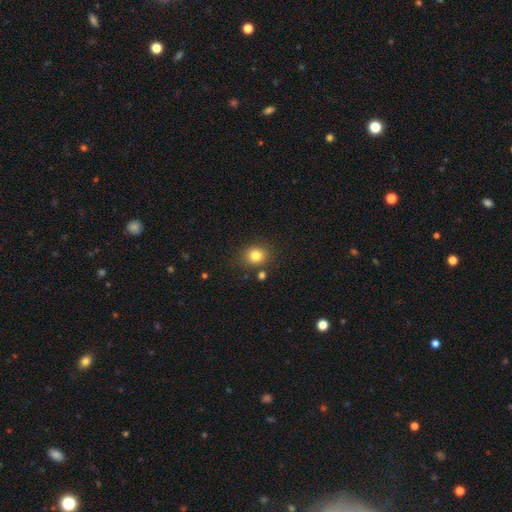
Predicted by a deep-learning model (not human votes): smooth_or_featured: smooth (p=0.81) [alt: star or artifact p=0.12]
how_rounded: round (p=0.77) [alt: in between p=0.22]
merging: none (p=0.81) [alt: minor disturbance p=0.10]